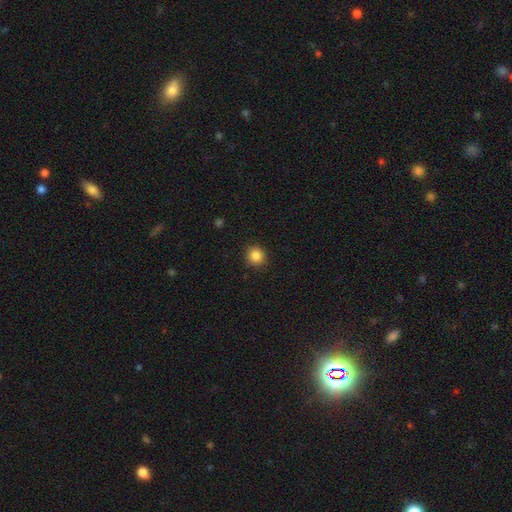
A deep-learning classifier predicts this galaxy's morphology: smooth 86%, star or artifact 10%, featured or disk 4%. Down the decision tree: how rounded — round (89%); merging — none (90%).